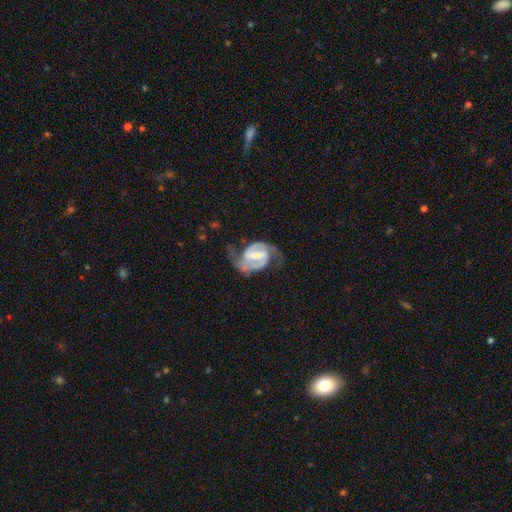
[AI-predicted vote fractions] Smooth or featured: featured or disk — 91% (smooth — 5%)
Edge-on disk: no — 98% (yes — 2%)
Bar: strong — 54% (weak — 37%)
Spiral arms: yes — 98% (no — 2%)
Spiral winding: medium — 56% (tight — 29%)
Spiral arm count: 2 — 93% (can't tell — 2%)
Bulge size: small — 37% (moderate — 32%)
Merging: none — 68% (minor disturbance — 18%)